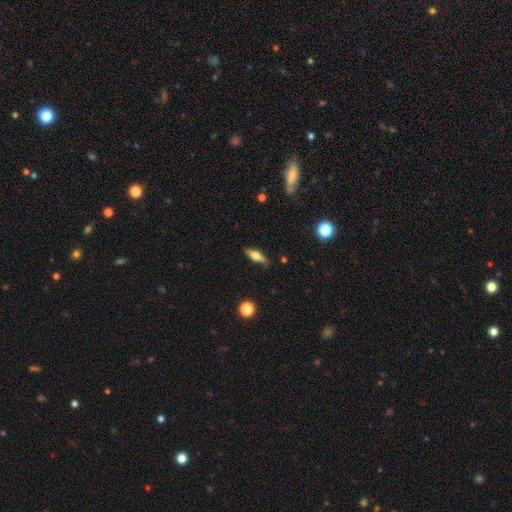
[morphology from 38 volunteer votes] Smooth or featured: featured or disk — 50% (smooth — 45%)
Edge-on disk: yes — 95% (no — 5%)
Edge-on bulge: rounded — 100%
Merging: none — 75% (minor disturbance — 19%)